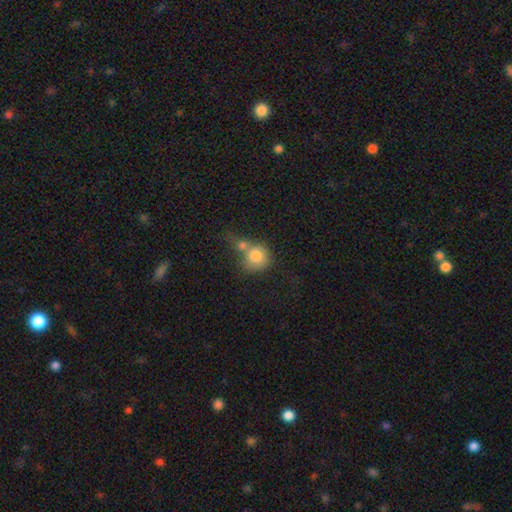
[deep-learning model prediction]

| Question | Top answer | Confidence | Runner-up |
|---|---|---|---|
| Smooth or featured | smooth | 80% | featured or disk (11%) |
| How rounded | round | 83% | in between (16%) |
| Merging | merger | 51% | none (30%) |